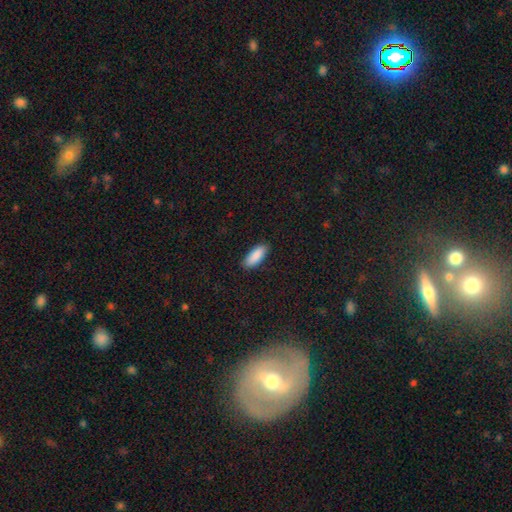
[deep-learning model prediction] This appears to be a smooth galaxy with no disk features (90%) that is in between round and cigar-shaped (78%). Merging: none (88%).